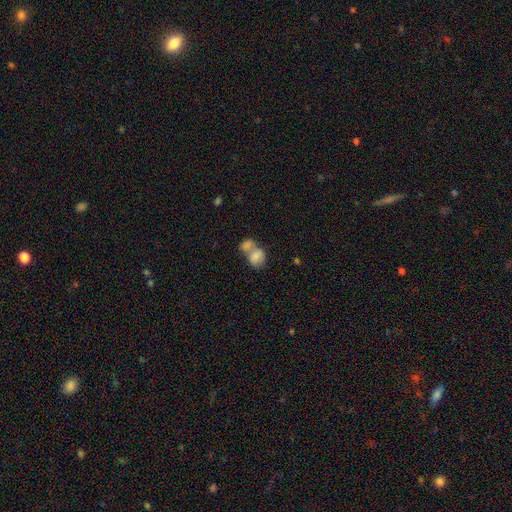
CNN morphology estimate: Overall: smooth (78%). How rounded: in between (50%; round 49%). Merging: merger (65%).